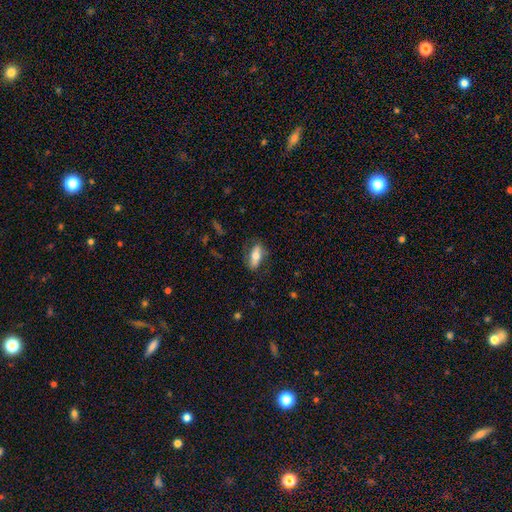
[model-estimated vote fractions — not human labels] smooth 63%, featured or disk 30%, star or artifact 7%. Down the decision tree: how rounded — in between (75%); merging — none (76%).